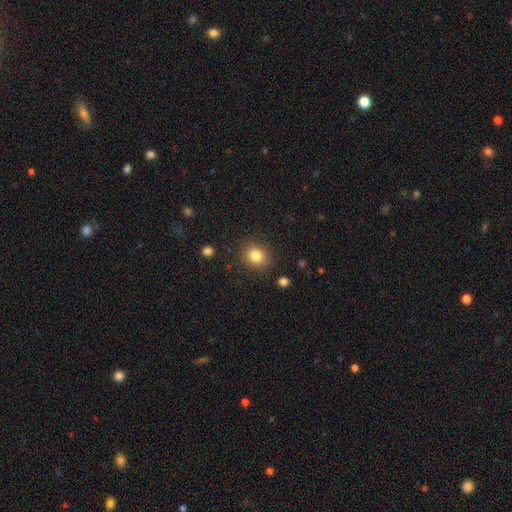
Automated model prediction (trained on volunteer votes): smooth-or-featured: smooth: 83% | star or artifact: 11% | featured or disk: 6%
  how-rounded: round: 74% | in between: 25% | cigar-shaped: 1%
  merging: none: 87% | minor disturbance: 8% | major disturbance: 3% | merger: 2%